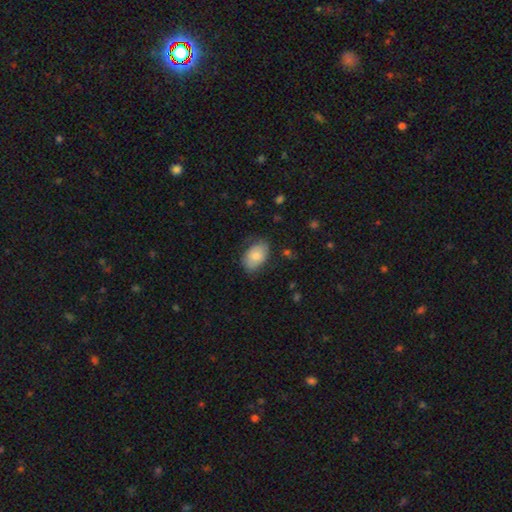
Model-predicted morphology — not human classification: smooth 72%, featured or disk 21%, star or artifact 7%. Down the decision tree: how rounded — in between (87%); merging — none (66%).